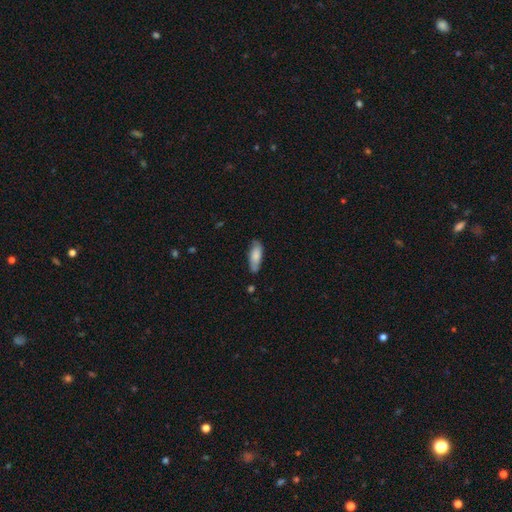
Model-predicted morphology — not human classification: Smooth or featured? smooth (77%)
How rounded? in between (65%)
Merging? none (74%)